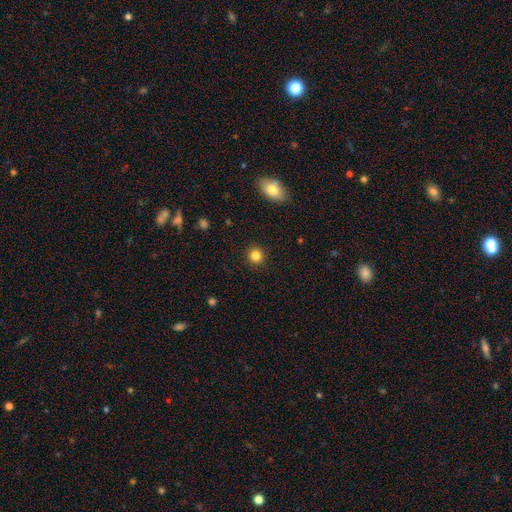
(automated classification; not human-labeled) smooth_or_featured: smooth (p=0.84) [alt: star or artifact p=0.12]
how_rounded: round (p=0.92) [alt: in between p=0.07]
merging: none (p=0.91) [alt: minor disturbance p=0.06]